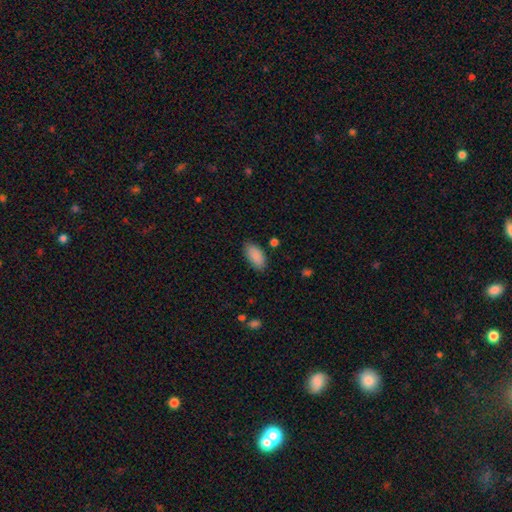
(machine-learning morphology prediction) Smooth or featured?
  - smooth: 89% *
  - star or artifact: 6%
  - featured or disk: 4%
How rounded?
  - in between: 93% *
  - cigar-shaped: 5%
  - round: 2%
Merging?
  - none: 83% *
  - minor disturbance: 12%
  - major disturbance: 3%
  - merger: 2%